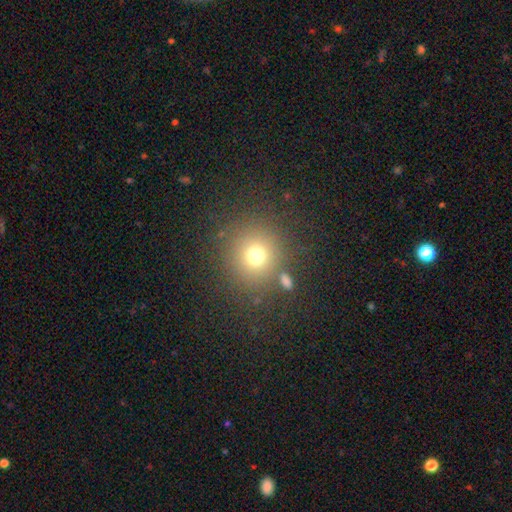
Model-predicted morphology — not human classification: This appears to be a smooth galaxy with no disk features (71%) that is round (92%). Merging: none (80%).